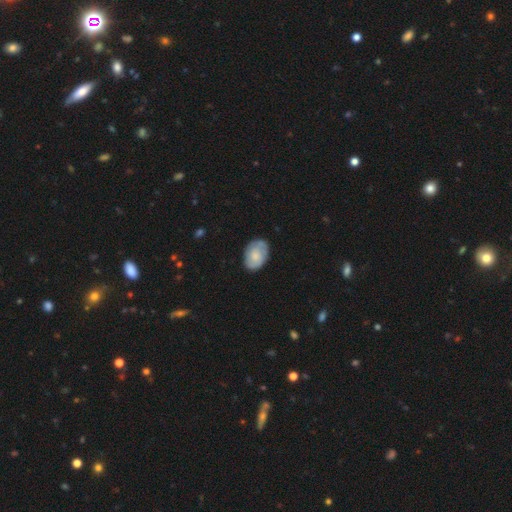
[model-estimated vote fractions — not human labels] Q: Smooth or featured?
A: smooth (66%); runner-up: featured or disk (28%)
Q: How rounded?
A: in between (86%); runner-up: round (13%)
Q: Merging?
A: none (77%); runner-up: minor disturbance (18%)